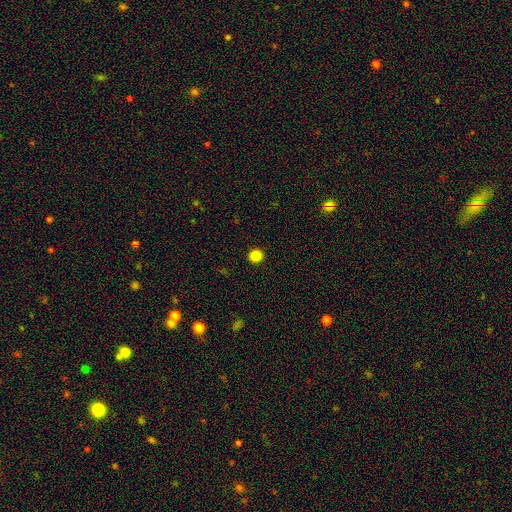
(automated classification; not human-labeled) smooth-or-featured: smooth: 86% | star or artifact: 12% | featured or disk: 3%
  how-rounded: round: 94% | in between: 5% | cigar-shaped: 1%
  merging: none: 93% | minor disturbance: 4% | major disturbance: 2% | merger: 1%